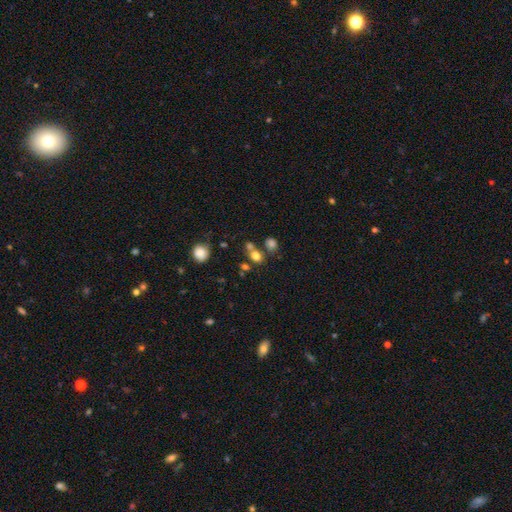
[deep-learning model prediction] Overall: smooth (76%). How rounded: round (57%; in between 42%). Merging: none (54%; merger 30%).